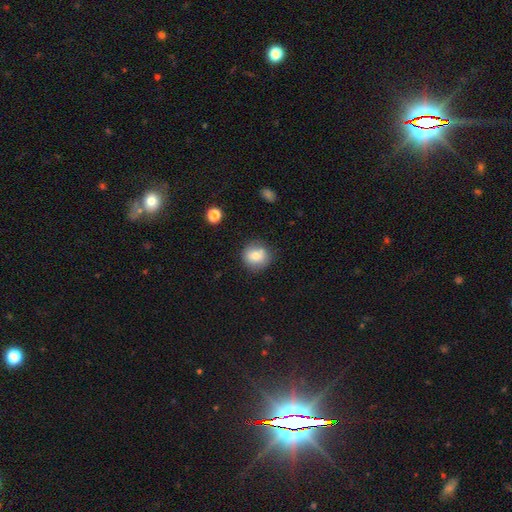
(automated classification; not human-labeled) Q: Smooth or featured?
A: smooth (77%); runner-up: featured or disk (13%)
Q: How rounded?
A: round (88%); runner-up: in between (11%)
Q: Merging?
A: none (73%); runner-up: minor disturbance (14%)